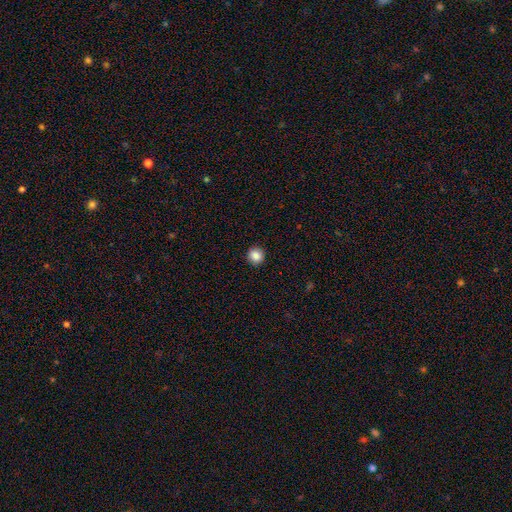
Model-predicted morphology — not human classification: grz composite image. It shows a smooth galaxy with no disk features (87%) that is round (94%). Merging: none (92%).